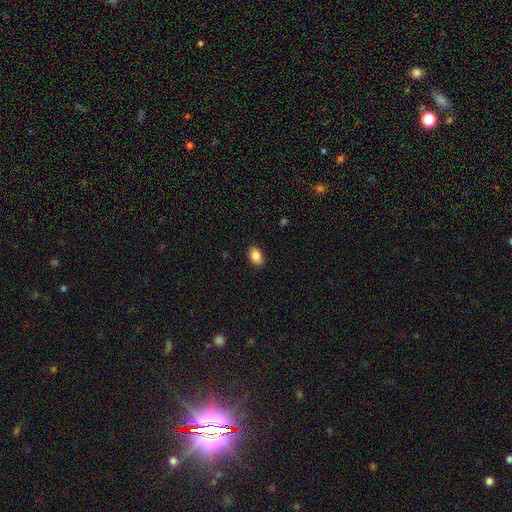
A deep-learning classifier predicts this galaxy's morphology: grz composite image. It shows a smooth galaxy with no disk features (89%) that is in between round and cigar-shaped (90%). Merging: none (90%).